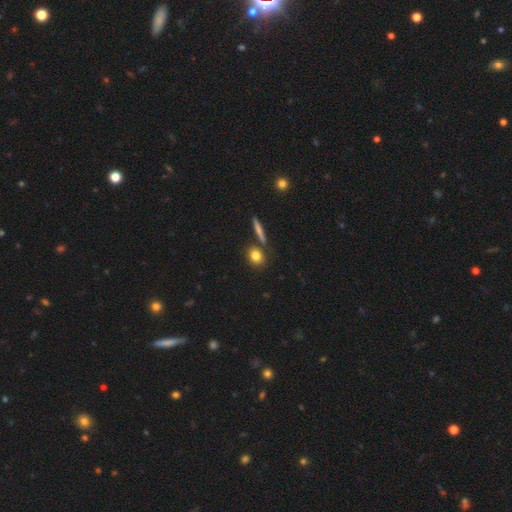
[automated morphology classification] Overall: smooth (81%). How rounded: round (60%; in between 32%). Merging: none (76%).